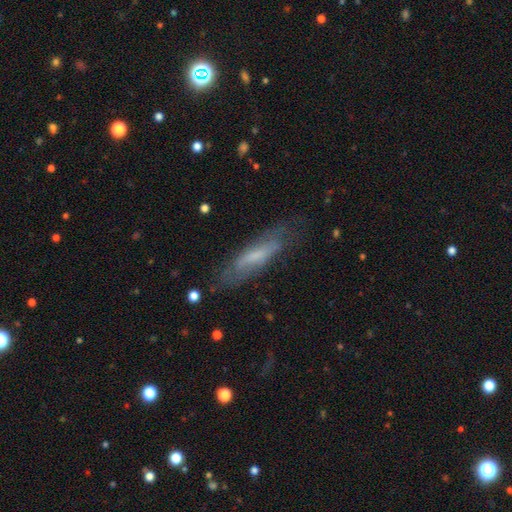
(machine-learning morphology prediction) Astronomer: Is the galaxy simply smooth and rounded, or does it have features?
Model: featured or disk — 47% (runner-up: smooth, 46%).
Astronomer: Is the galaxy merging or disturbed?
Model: none — 71%.